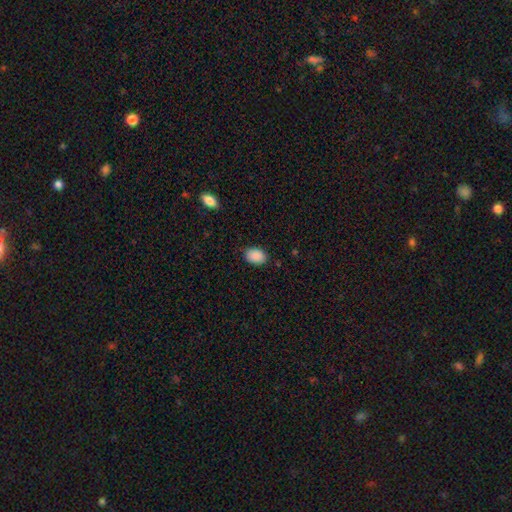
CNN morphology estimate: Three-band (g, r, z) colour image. It shows a smooth galaxy with no disk features (89%) that is in between round and cigar-shaped (80%). Merging: none (85%).